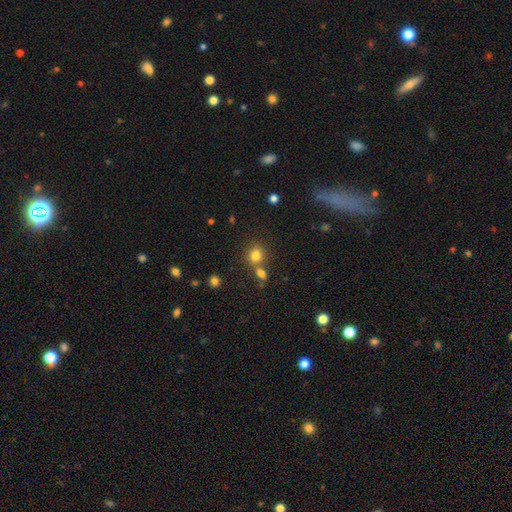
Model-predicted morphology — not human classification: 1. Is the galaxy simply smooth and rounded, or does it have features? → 79% smooth, 14% star or artifact, 7% featured or disk.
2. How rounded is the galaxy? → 76% round, 23% in between, 1% cigar-shaped.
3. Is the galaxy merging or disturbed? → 59% none, 29% merger, 9% minor disturbance, 3% major disturbance.